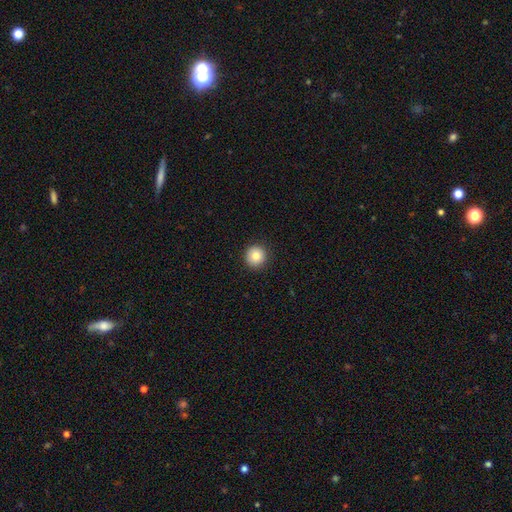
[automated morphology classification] Smooth or featured? Predicted: smooth (p=0.85). How rounded? Predicted: round (p=0.95). Merging? Predicted: none (p=0.92).